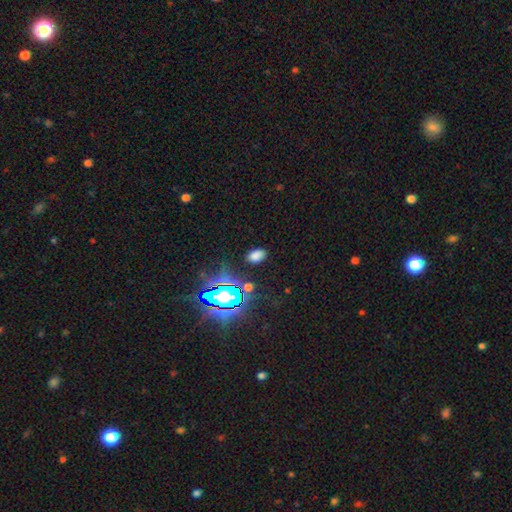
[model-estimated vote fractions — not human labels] This appears to be a smooth galaxy with no disk features (70%) that is in between round and cigar-shaped (89%). Merging: none (85%).